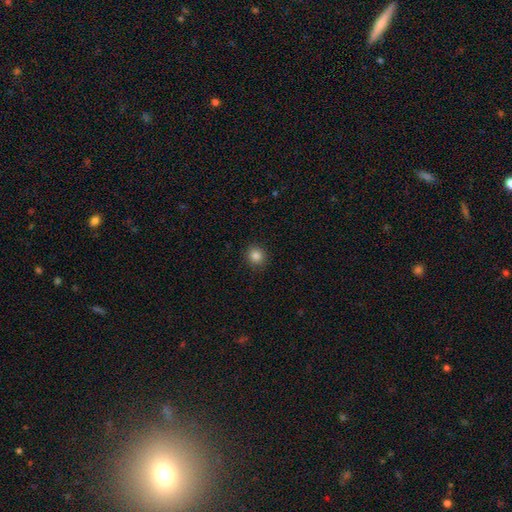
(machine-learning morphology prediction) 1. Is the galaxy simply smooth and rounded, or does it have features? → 86% smooth, 11% star or artifact, 3% featured or disk.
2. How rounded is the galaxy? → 88% round, 11% in between, 1% cigar-shaped.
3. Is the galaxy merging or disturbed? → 91% none, 6% minor disturbance, 2% major disturbance, 1% merger.